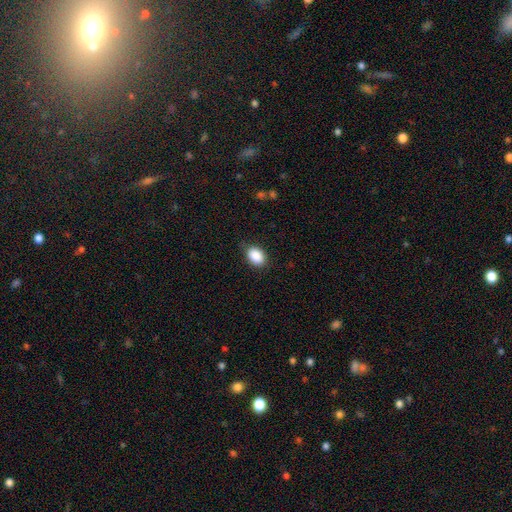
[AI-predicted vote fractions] A smooth galaxy with no disk features (89%) that is in between round and cigar-shaped (78%). Merging: none (82%).